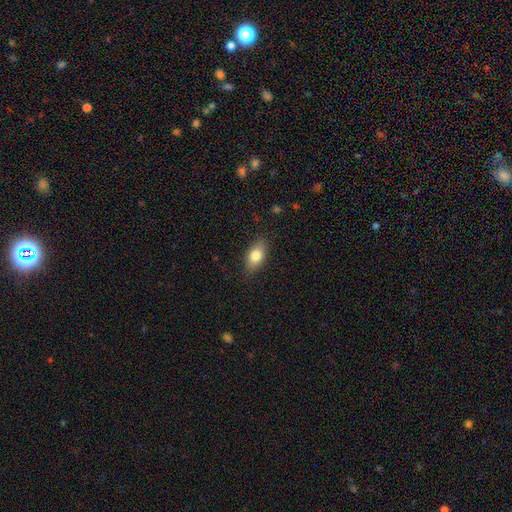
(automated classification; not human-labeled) A smooth galaxy with no disk features (78%) that is in between round and cigar-shaped (85%). Merging: none (84%).